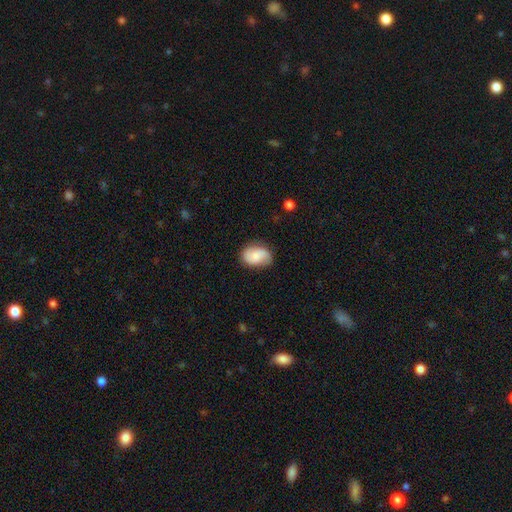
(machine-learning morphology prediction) This appears to be a smooth galaxy with no disk features (56%) that is in between round and cigar-shaped (80%). Merging: none (72%).